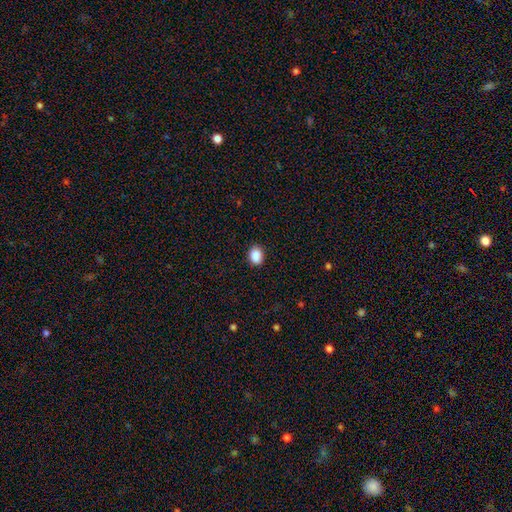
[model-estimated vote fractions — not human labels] Overall: smooth (89%). How rounded: in between (63%; round 36%). Merging: none (88%).